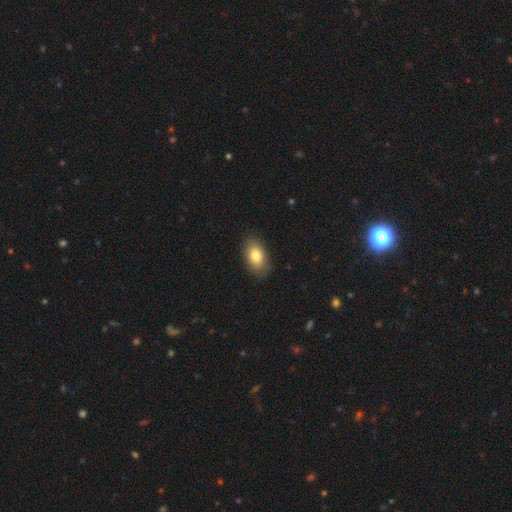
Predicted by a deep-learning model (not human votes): Smooth or featured? smooth (82%)
How rounded? in between (91%)
Merging? none (86%)